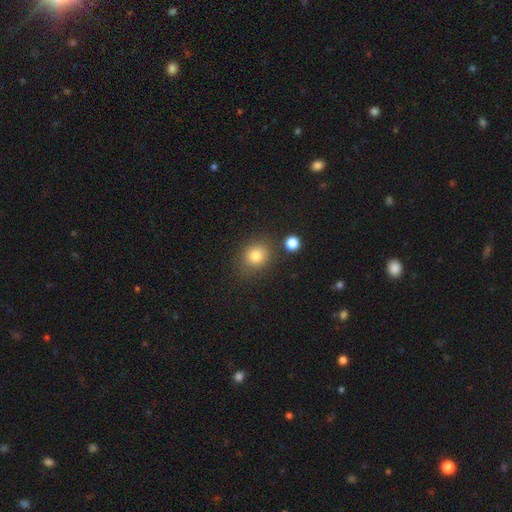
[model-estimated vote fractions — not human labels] This is clearly a smooth galaxy (81%). How rounded: likely round (72%). Merging: likely none (78%).